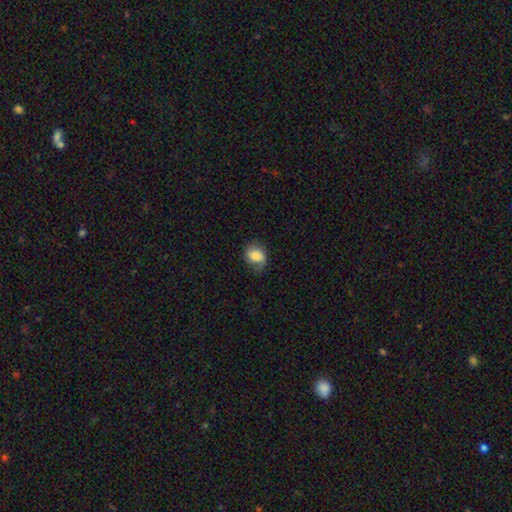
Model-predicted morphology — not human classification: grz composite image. It shows a smooth galaxy with no disk features (74%) that is in between round and cigar-shaped (53%). Merging: none (57%).